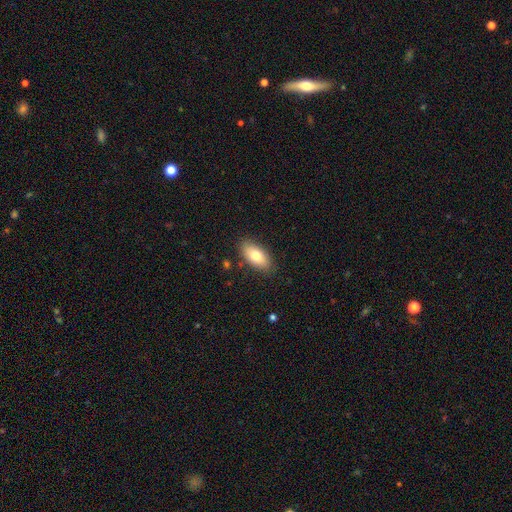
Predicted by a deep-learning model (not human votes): Smooth or featured?
  - smooth: 76% *
  - featured or disk: 17%
  - star or artifact: 7%
How rounded?
  - in between: 90% *
  - cigar-shaped: 6%
  - round: 3%
Merging?
  - none: 86% *
  - minor disturbance: 10%
  - major disturbance: 2%
  - merger: 1%